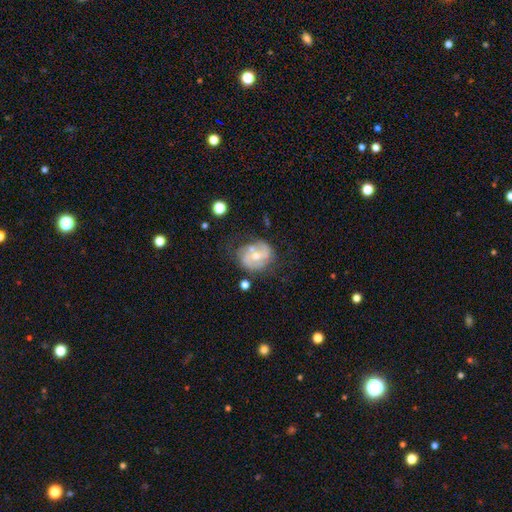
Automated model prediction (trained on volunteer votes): smooth_or_featured: featured or disk (p=0.66) [alt: smooth p=0.26]
disk_edge_on: no (p=0.97) [alt: yes p=0.03]
bar: no (p=0.56) [alt: weak p=0.34]
has_spiral_arms: yes (p=0.75) [alt: no p=0.25]
bulge_size: moderate (p=0.58) [alt: small p=0.37]
merging: none (p=0.52) [alt: minor disturbance p=0.25]